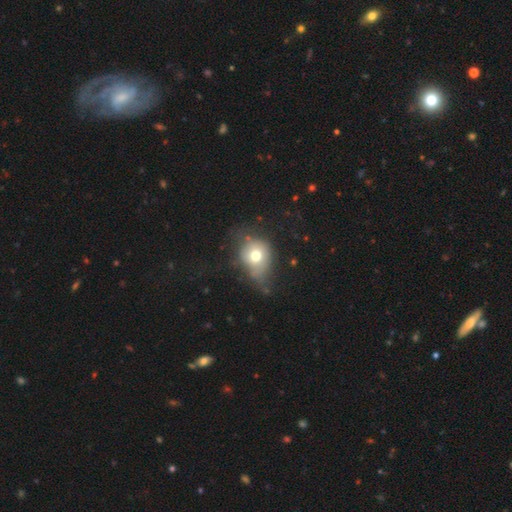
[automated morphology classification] A smooth galaxy with no disk features (68%) that is round (61%).

Vote fractions:
- Smooth or featured? smooth: 68% / featured or disk: 20% / star or artifact: 12%
- How rounded? round: 61% / in between: 38% / cigar-shaped: 1%
- Merging? none: 36% (tied) / minor disturbance: 36% (tied) / major disturbance: 23% / merger: 4%